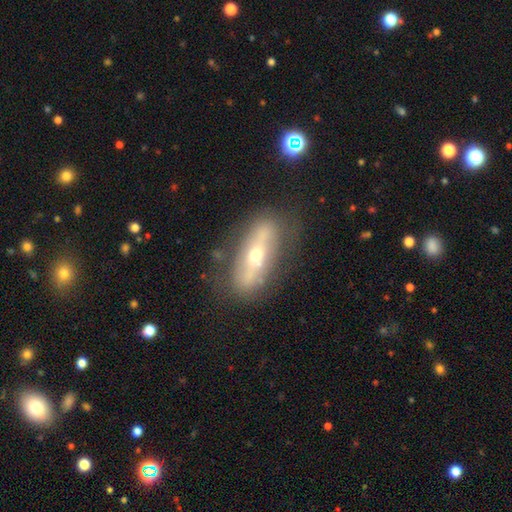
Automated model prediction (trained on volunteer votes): Smooth or featured? Predicted: featured or disk (p=0.65). Edge-on disk? Predicted: no (p=0.67). Merging? Predicted: none (p=0.75).